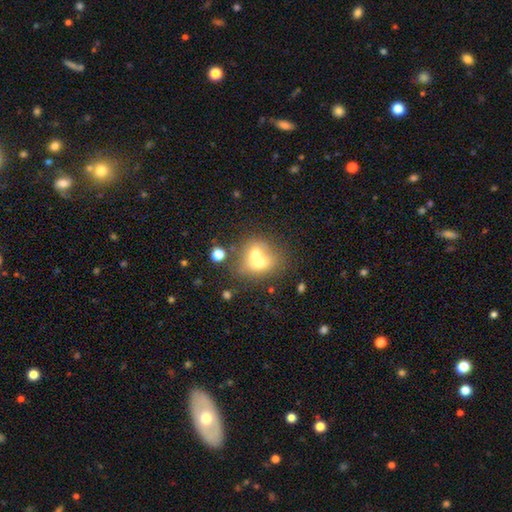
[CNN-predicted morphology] A smooth galaxy with no disk features (59%) that is round (66%). Merging: merger (63%).